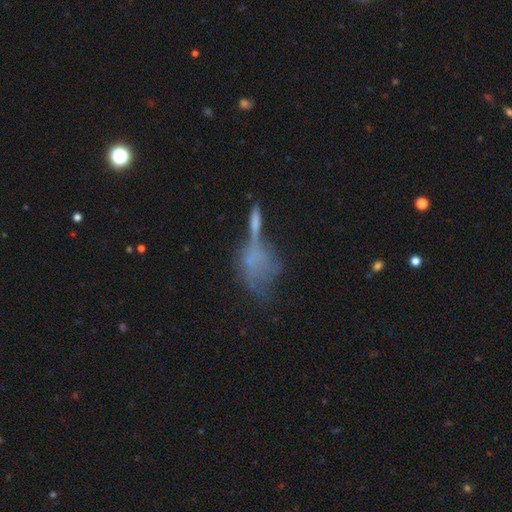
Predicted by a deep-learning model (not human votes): smooth-or-featured: smooth: 39% | featured or disk: 38% | star or artifact: 23%
  merging: merger: 36% | major disturbance: 25% | none: 24% | minor disturbance: 15%